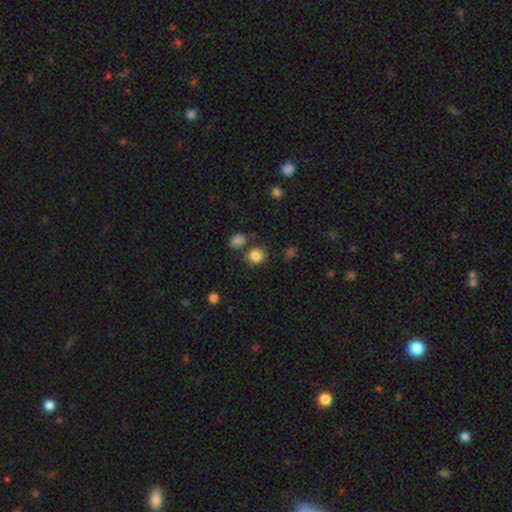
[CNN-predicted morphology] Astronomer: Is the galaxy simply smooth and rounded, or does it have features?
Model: smooth — 84%.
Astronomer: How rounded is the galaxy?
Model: round — 77%.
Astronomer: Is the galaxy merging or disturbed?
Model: none — 74%.